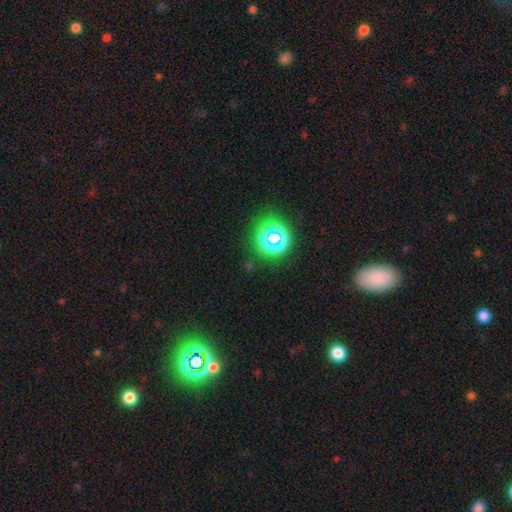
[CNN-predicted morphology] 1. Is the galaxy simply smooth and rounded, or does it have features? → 60% star or artifact, 30% smooth, 10% featured or disk.